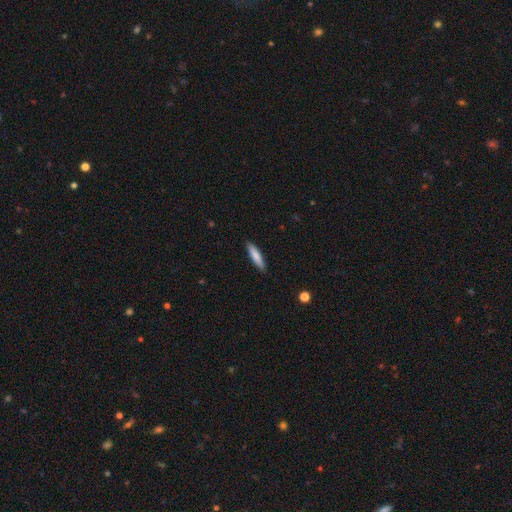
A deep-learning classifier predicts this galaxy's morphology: Q: Smooth or featured?
A: smooth (78%); runner-up: featured or disk (16%)
Q: How rounded?
A: cigar-shaped (83%); runner-up: in between (16%)
Q: Merging?
A: none (89%); runner-up: minor disturbance (8%)